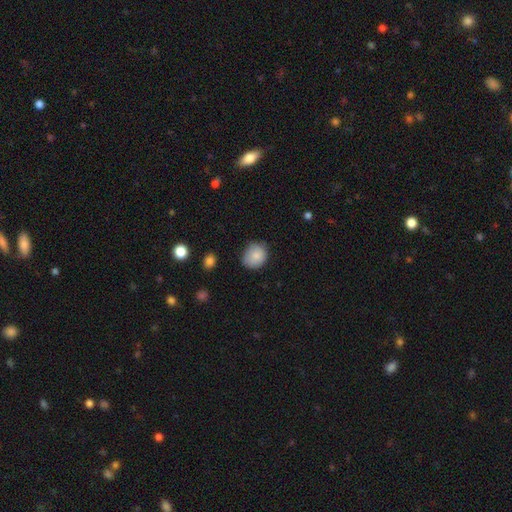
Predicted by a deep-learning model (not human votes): The model was most divided on "how rounded": round: 69%, in between: 30%, cigar-shaped: 1%. More confident: smooth or featured — smooth (84%); merging — none (71%).